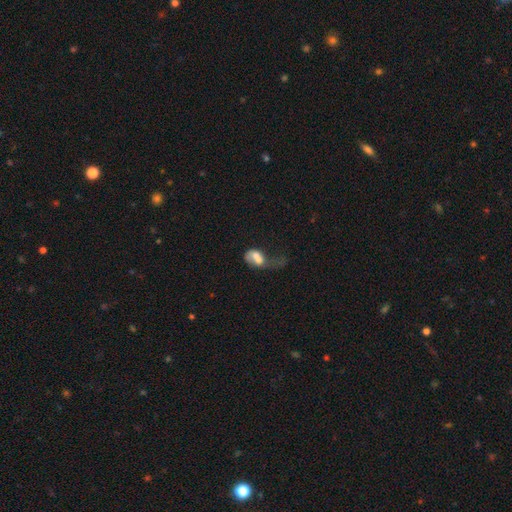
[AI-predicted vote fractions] A smooth galaxy with no disk features (53%) that is in between round and cigar-shaped (74%).

Vote fractions:
- Smooth or featured? smooth: 53% / featured or disk: 37% / star or artifact: 9%
- How rounded? in between: 74% / round: 23% / cigar-shaped: 3%
- Merging? merger: 44% / major disturbance: 36% / none: 10% / minor disturbance: 9%